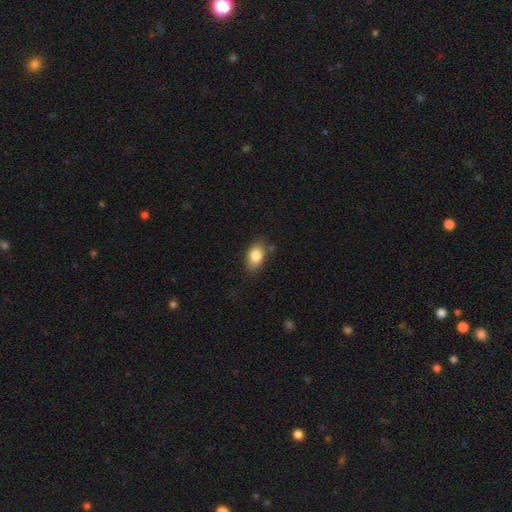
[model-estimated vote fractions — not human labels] Smooth or featured? smooth (84%)
How rounded? in between (84%)
Merging? none (78%)